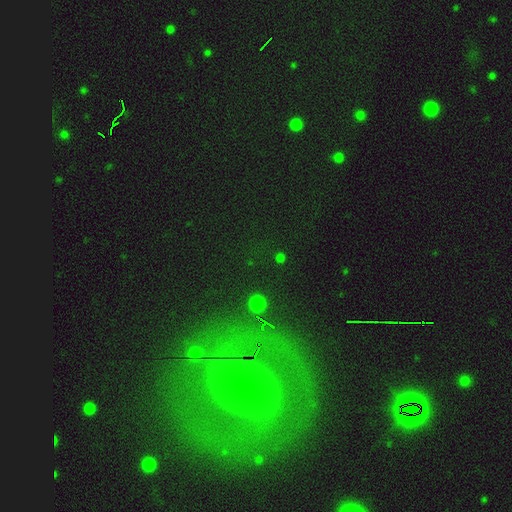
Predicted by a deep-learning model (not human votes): Overall: featured or disk (45%; star or artifact 31%). Merging: none (80%).